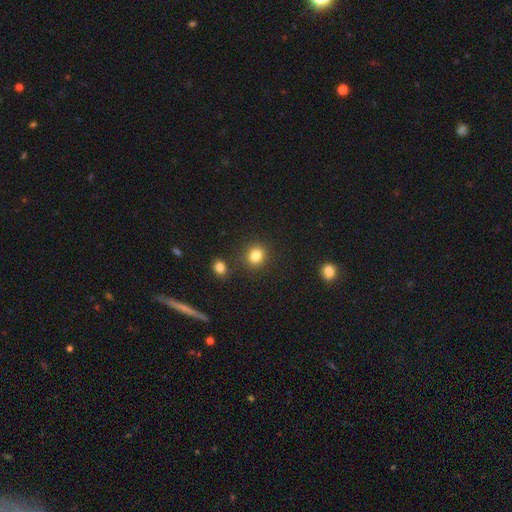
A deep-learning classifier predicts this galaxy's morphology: This appears to be a smooth galaxy with no disk features (83%) that is round (79%). Merging: none (84%).